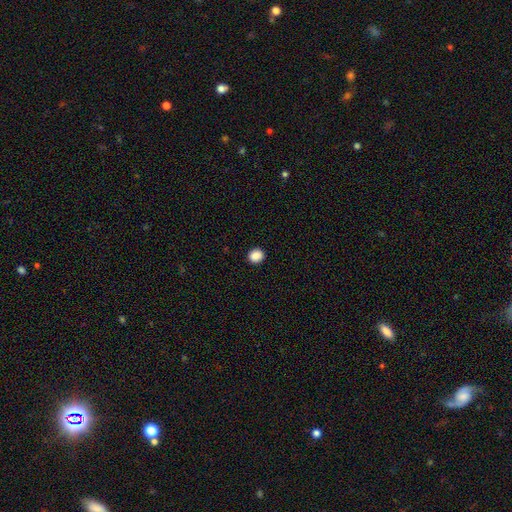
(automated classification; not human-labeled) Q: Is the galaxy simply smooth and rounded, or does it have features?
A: smooth — 89%.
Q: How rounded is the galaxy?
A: round — 78%.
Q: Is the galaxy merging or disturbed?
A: none — 92%.